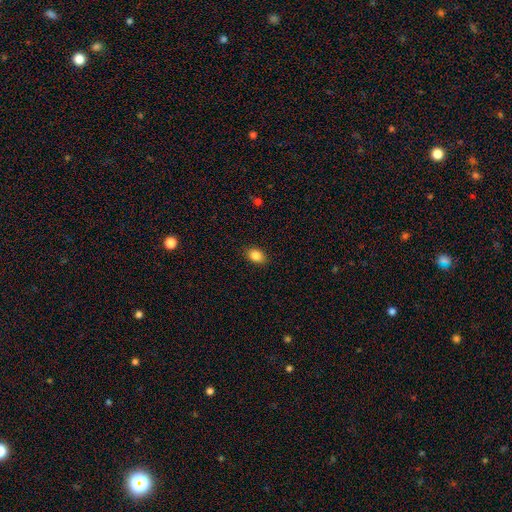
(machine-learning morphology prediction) smooth-or-featured: smooth: 86% | star or artifact: 9% | featured or disk: 4%
  how-rounded: in between: 75% | round: 24% | cigar-shaped: 1%
  merging: none: 88% | minor disturbance: 9% | major disturbance: 2% | merger: 1%